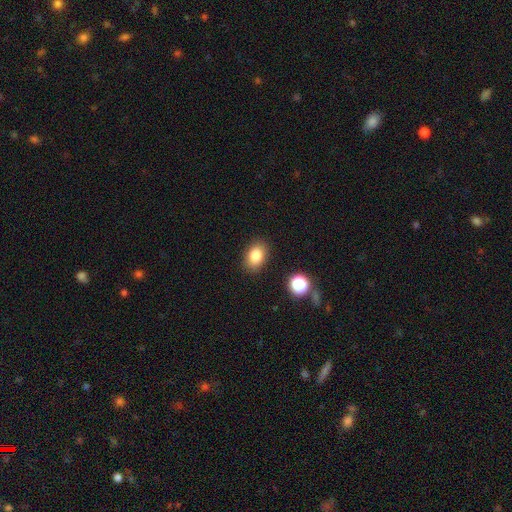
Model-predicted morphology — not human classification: Smooth or featured? smooth (83%)
How rounded? in between (77%)
Merging? none (86%)